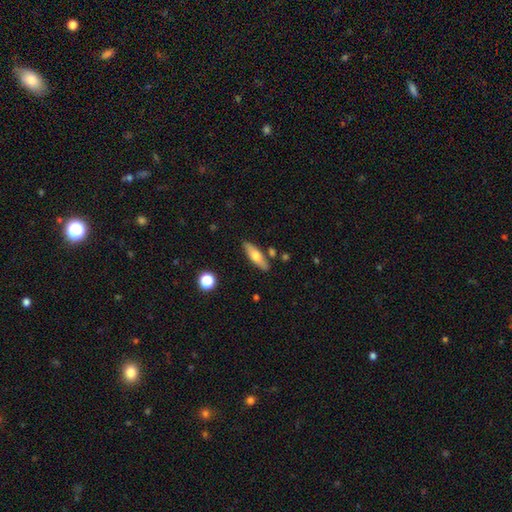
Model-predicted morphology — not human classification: The model was most divided on "how rounded": cigar-shaped: 51%, in between: 46%, round: 3%. More confident: merging — none (83%); smooth or featured — smooth (58%).